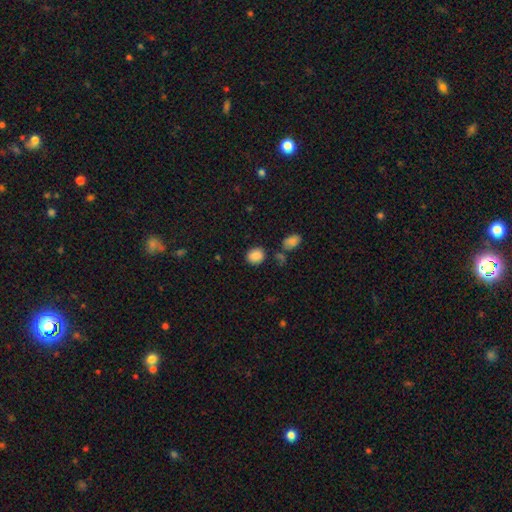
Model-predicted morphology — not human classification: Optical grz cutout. It shows a smooth galaxy with no disk features (87%) that is round (61%). Merging: none (77%).